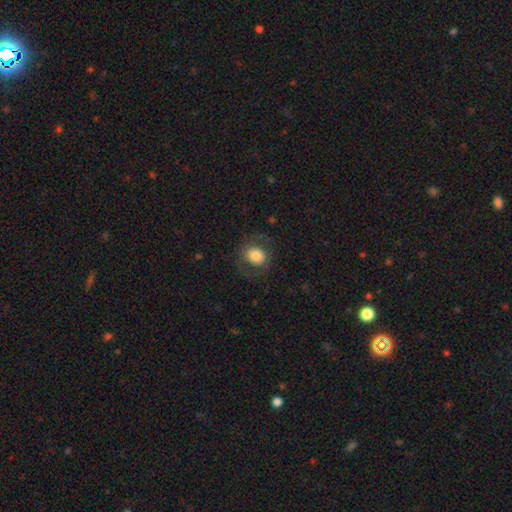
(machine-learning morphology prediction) This appears to be a smooth galaxy with no disk features (69%) that is round (79%). Merging: none (75%).